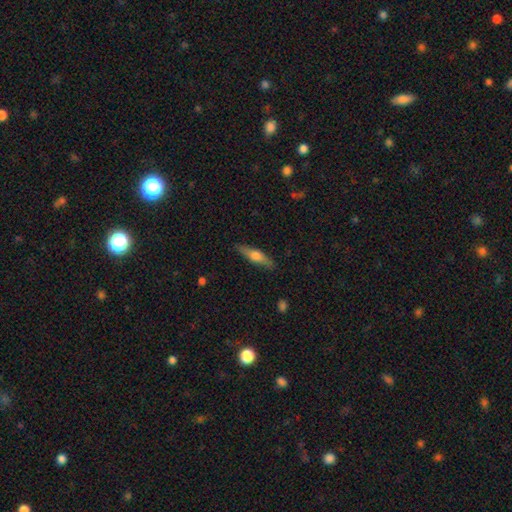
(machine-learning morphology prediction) Smooth or featured? featured or disk (48%)
Merging? none (87%)